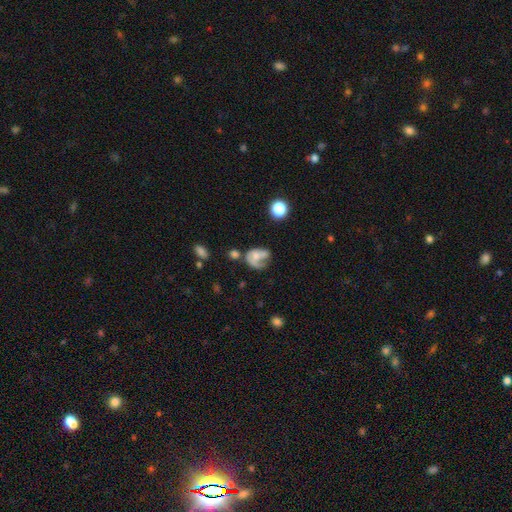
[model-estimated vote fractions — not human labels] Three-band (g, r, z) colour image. It shows a featured or disk galaxy (48%). Merging: major disturbance (39%).